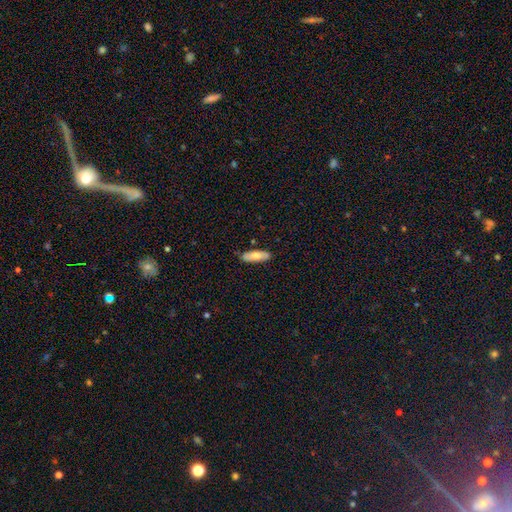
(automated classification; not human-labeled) This is likely a smooth galaxy (76%). How rounded: possibly in between (58%). Merging: clearly none (85%).